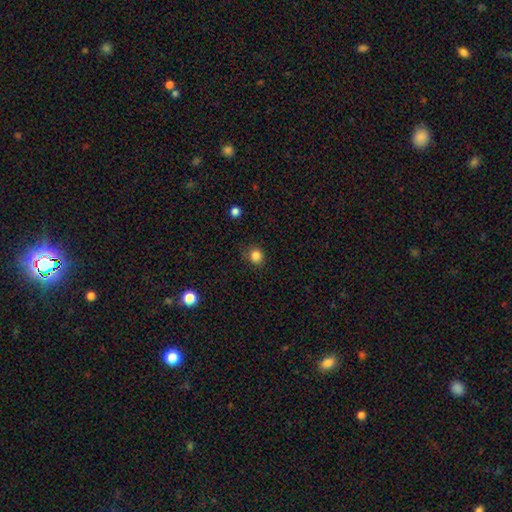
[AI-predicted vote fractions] Smooth or featured? smooth (84%)
How rounded? round (87%)
Merging? none (85%)